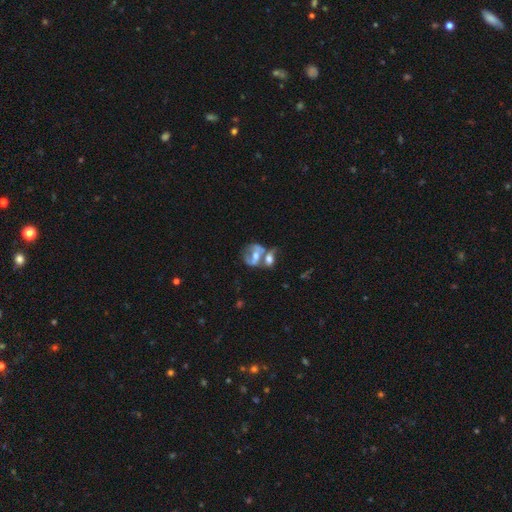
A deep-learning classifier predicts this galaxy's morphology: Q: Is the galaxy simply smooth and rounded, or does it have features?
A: featured or disk — 58%.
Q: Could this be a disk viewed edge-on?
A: no — 93%.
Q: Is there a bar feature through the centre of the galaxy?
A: no — 45%.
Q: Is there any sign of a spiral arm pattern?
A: no — 54%.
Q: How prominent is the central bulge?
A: moderate — 64%.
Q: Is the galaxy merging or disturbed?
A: merger — 55%.